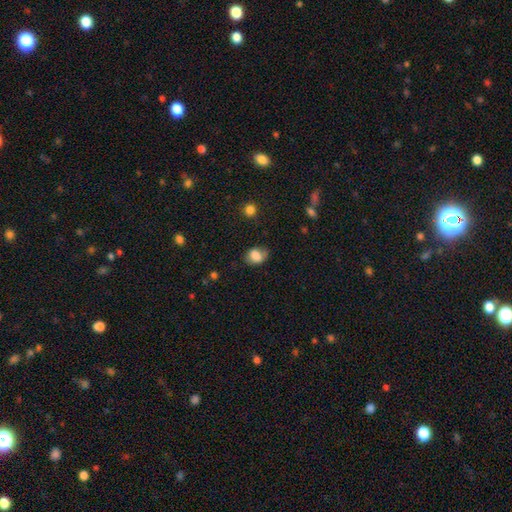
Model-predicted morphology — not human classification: smooth_or_featured: smooth (p=0.79) [alt: featured or disk p=0.12]
how_rounded: in between (p=0.61) [alt: round p=0.38]
merging: none (p=0.60) [alt: minor disturbance p=0.29]